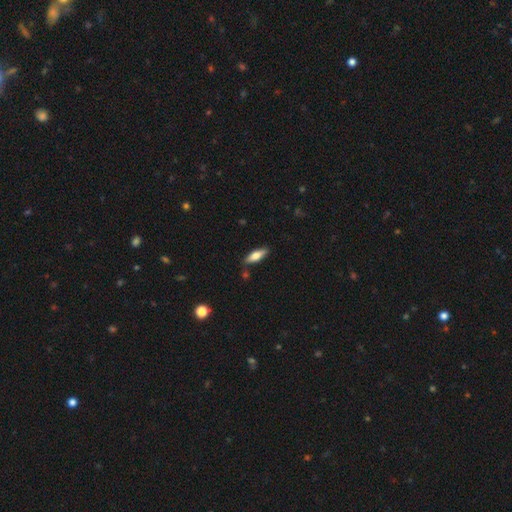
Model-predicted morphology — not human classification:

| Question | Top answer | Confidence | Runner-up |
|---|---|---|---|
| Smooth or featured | smooth | 65% | featured or disk (29%) |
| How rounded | in between | 50% | cigar-shaped (48%) |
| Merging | none | 83% | minor disturbance (12%) |